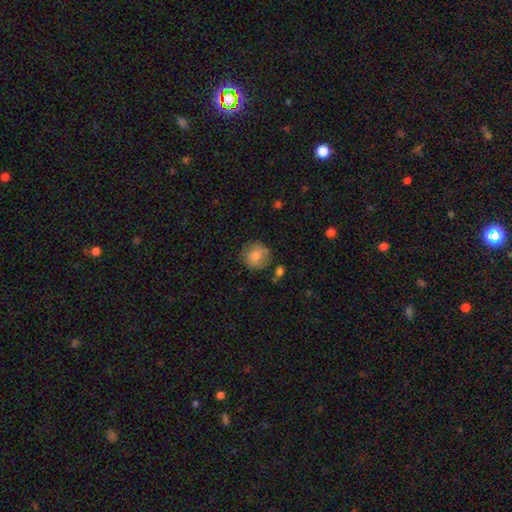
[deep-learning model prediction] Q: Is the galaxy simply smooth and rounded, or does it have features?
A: smooth — 79%.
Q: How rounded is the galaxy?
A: round — 89%.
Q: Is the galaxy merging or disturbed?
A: none — 76%.